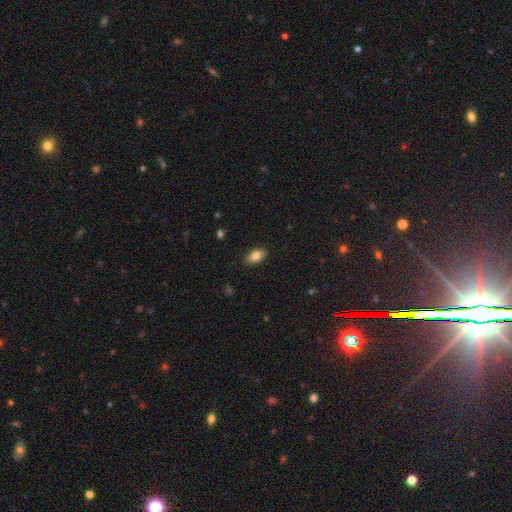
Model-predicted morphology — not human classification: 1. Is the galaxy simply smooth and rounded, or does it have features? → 84% smooth, 8% featured or disk, 8% star or artifact.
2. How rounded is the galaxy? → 90% in between, 7% round, 3% cigar-shaped.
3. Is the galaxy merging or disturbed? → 85% none, 11% minor disturbance, 3% major disturbance, 1% merger.